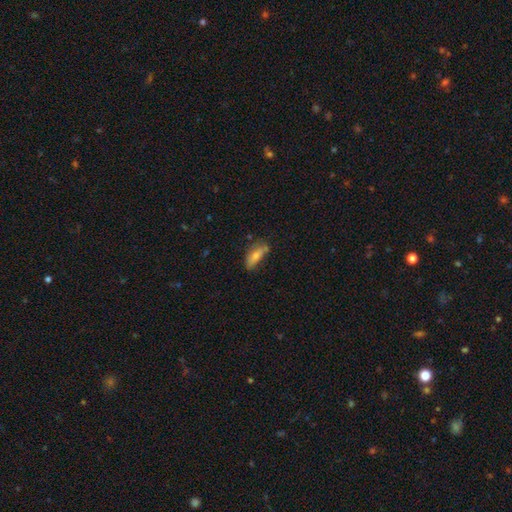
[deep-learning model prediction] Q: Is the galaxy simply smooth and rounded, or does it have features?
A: smooth — 68%.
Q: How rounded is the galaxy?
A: in between — 72%.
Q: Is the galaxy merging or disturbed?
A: none — 58%.